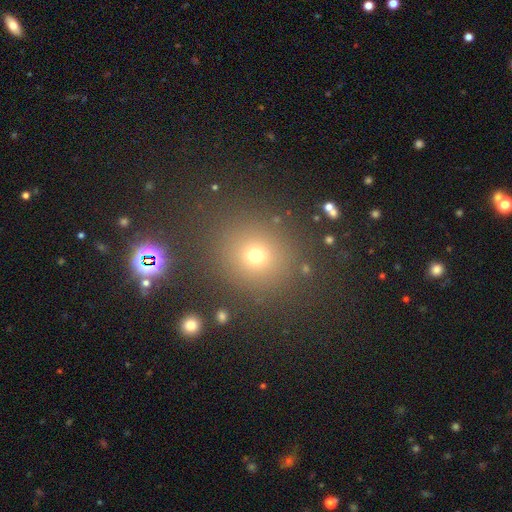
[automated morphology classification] Overall: smooth (66%). How rounded: round (87%). Merging: none (85%).